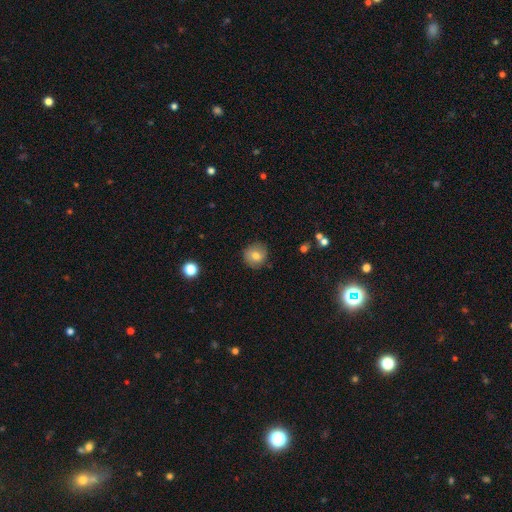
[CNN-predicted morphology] This appears to be a smooth galaxy with no disk features (76%) that is round (91%). Merging: none (86%).